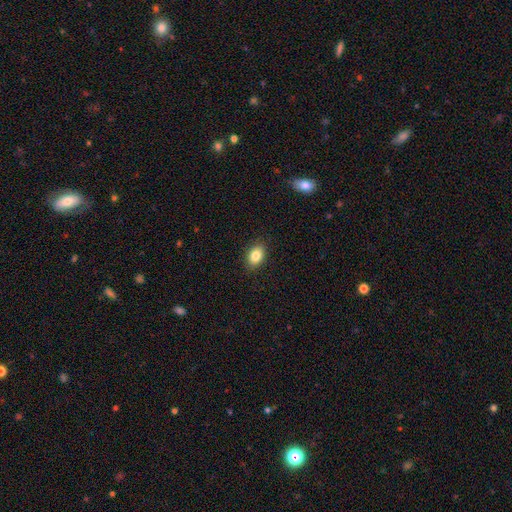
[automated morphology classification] smooth 84%, star or artifact 8%, featured or disk 7%. Down the decision tree: how rounded — in between (83%); merging — none (88%).